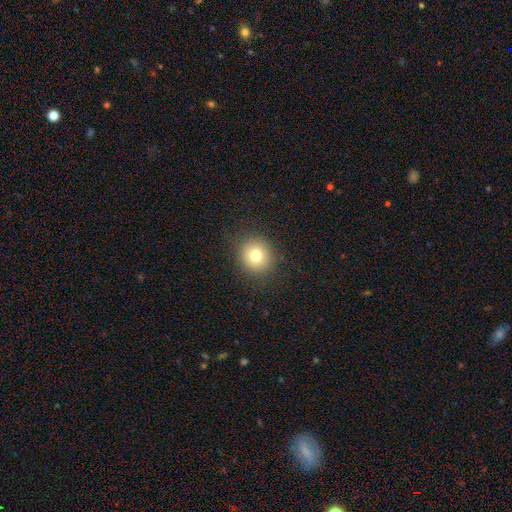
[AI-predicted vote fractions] Smooth or featured? smooth (76%)
How rounded? round (88%)
Merging? none (89%)